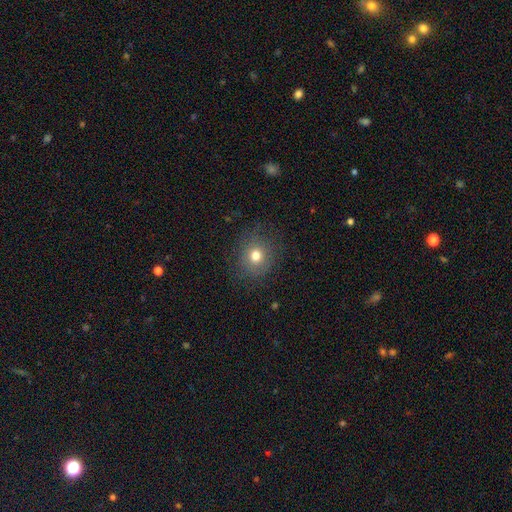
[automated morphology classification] smooth_or_featured: smooth (p=0.75) [alt: star or artifact p=0.14]
how_rounded: round (p=0.82) [alt: in between p=0.17]
merging: none (p=0.81) [alt: minor disturbance p=0.12]